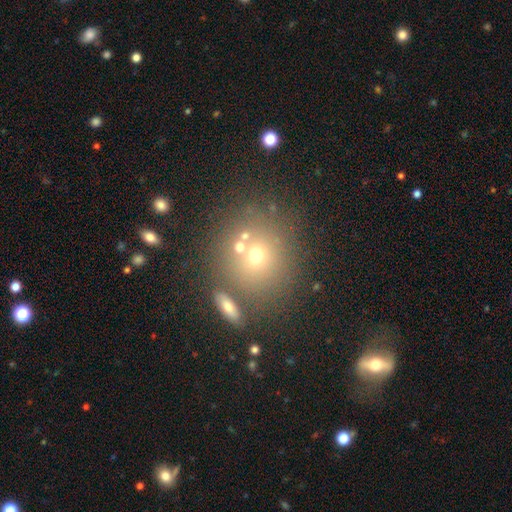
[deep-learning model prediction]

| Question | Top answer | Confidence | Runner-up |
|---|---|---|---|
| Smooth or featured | smooth | 62% | featured or disk (19%) |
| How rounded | round | 84% | in between (15%) |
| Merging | none | 60% | merger (24%) |